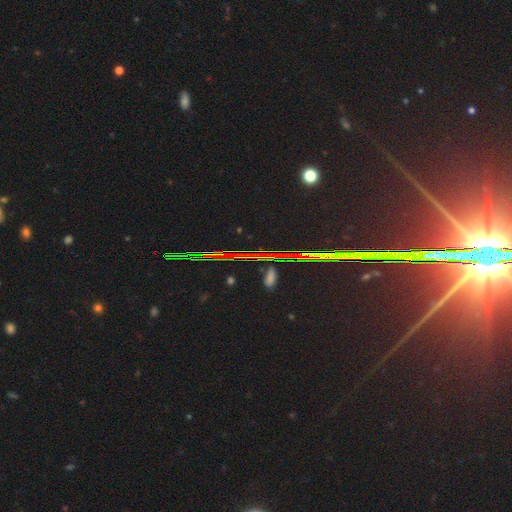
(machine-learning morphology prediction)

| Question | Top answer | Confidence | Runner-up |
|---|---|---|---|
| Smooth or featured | star or artifact | 82% | featured or disk (12%) |